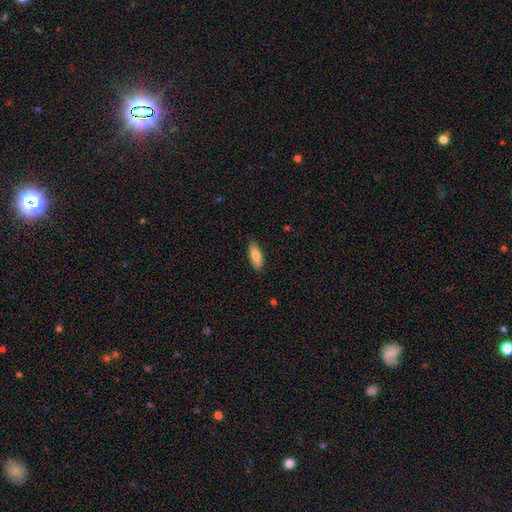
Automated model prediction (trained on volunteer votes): Smooth or featured: smooth — 84% (featured or disk — 10%)
How rounded: in between — 72% (cigar-shaped — 26%)
Merging: none — 81% (minor disturbance — 15%)